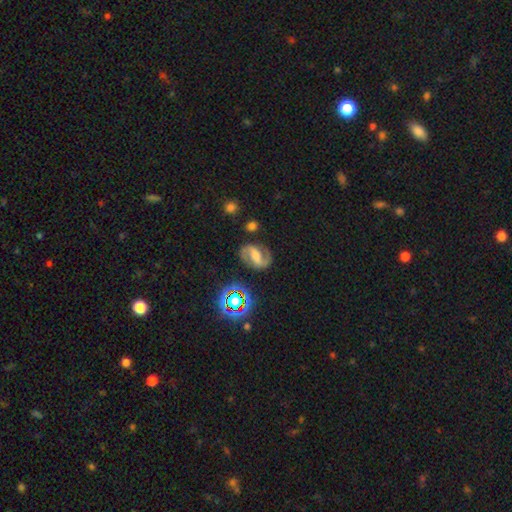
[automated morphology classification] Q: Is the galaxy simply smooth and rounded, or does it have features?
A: featured or disk — 80%.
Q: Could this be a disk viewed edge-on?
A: no — 97%.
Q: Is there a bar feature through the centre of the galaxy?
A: strong — 45%.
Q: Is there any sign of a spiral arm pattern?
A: yes — 96%.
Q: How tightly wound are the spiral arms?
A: medium — 55%.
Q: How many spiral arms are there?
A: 2 — 92%.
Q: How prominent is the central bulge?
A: moderate — 45%.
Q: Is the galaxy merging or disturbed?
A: none — 78%.